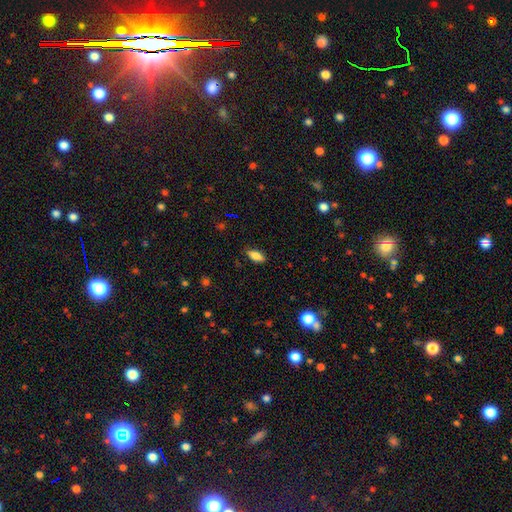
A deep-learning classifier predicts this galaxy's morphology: This appears to be a smooth galaxy with no disk features (81%) that is in between round and cigar-shaped (84%). Merging: none (84%).